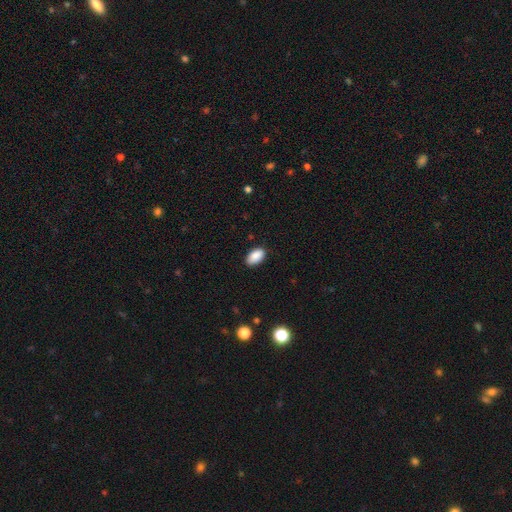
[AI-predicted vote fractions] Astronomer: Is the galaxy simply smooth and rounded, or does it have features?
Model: smooth — 89%.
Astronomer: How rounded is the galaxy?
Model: in between — 94%.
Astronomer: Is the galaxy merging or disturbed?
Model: none — 86%.